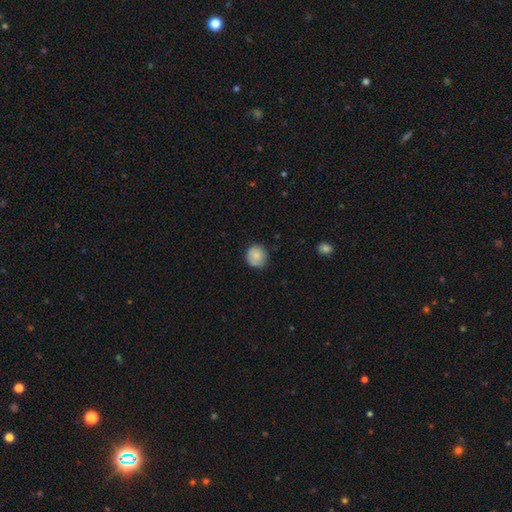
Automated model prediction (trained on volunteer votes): smooth_or_featured: smooth (p=0.82) [alt: featured or disk p=0.10]
how_rounded: round (p=0.84) [alt: in between p=0.16]
merging: none (p=0.78) [alt: minor disturbance p=0.18]